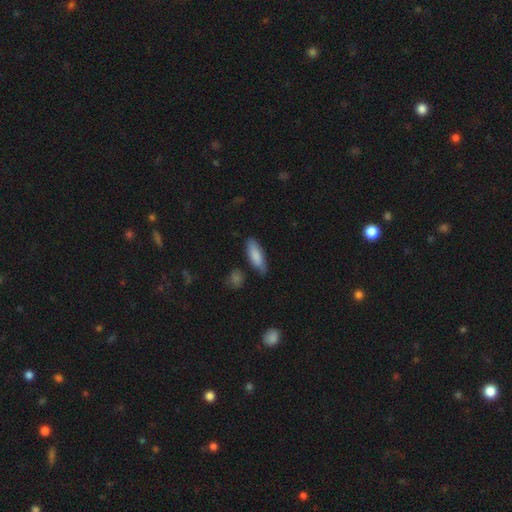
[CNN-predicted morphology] This appears to be a smooth galaxy with no disk features (83%) that is in between round and cigar-shaped (58%). Merging: none (74%).